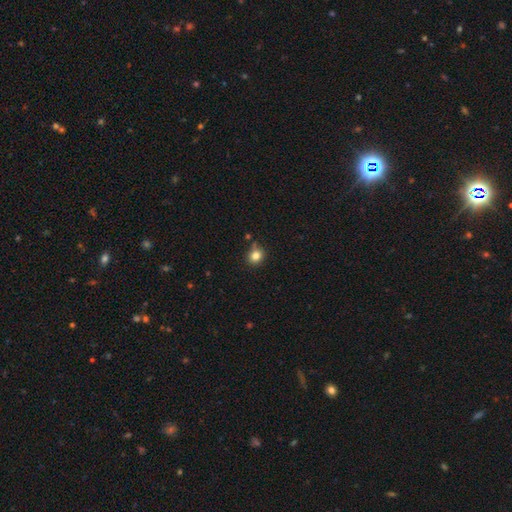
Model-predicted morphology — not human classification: Smooth or featured? smooth (82%)
How rounded? round (81%)
Merging? none (77%)